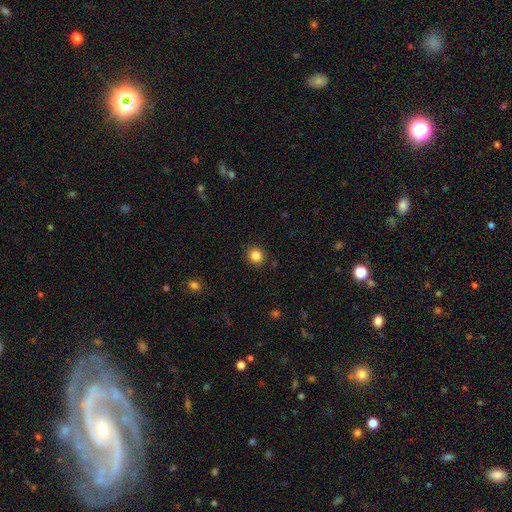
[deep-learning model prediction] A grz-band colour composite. It shows a smooth galaxy with no disk features (85%) that is round (87%). Merging: none (90%).